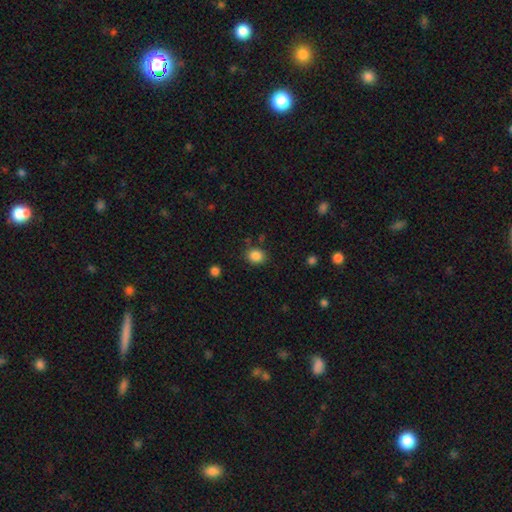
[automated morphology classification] Q: Smooth or featured?
A: smooth (86%); runner-up: star or artifact (10%)
Q: How rounded?
A: round (66%); runner-up: in between (33%)
Q: Merging?
A: none (83%); runner-up: minor disturbance (11%)